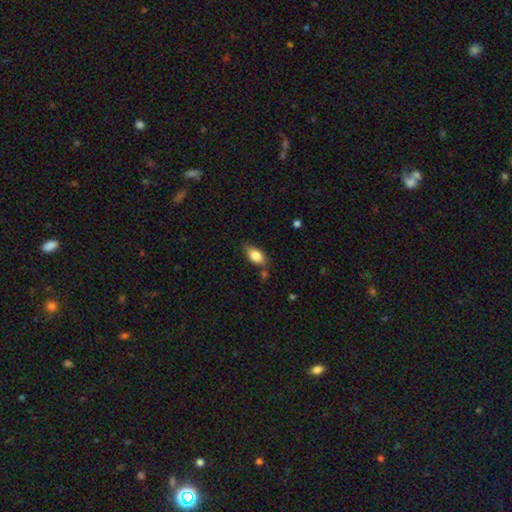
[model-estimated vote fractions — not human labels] smooth-or-featured: smooth: 83% | featured or disk: 10% | star or artifact: 7%
  how-rounded: in between: 89% | round: 6% | cigar-shaped: 5%
  merging: none: 70% | minor disturbance: 20% | merger: 6% | major disturbance: 4%